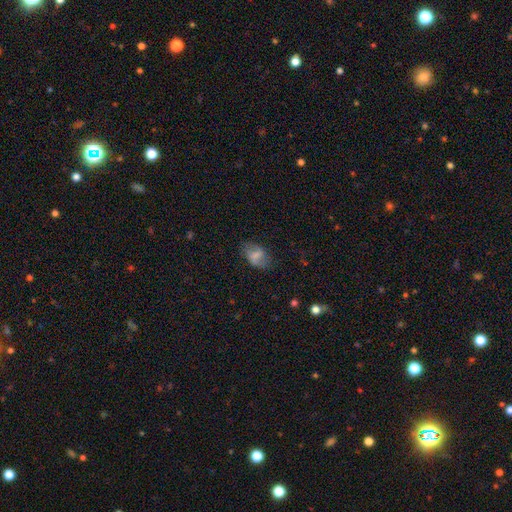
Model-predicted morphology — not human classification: Q: Smooth or featured?
A: smooth (57%); runner-up: featured or disk (34%)
Q: How rounded?
A: in between (87%); runner-up: round (11%)
Q: Merging?
A: none (67%); runner-up: minor disturbance (22%)